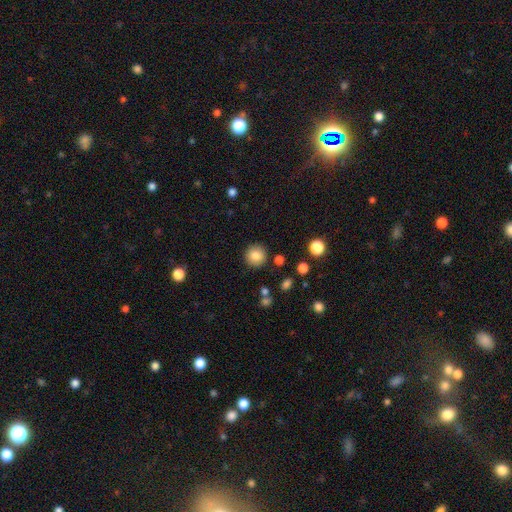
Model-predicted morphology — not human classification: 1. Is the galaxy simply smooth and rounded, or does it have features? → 85% smooth, 10% star or artifact, 6% featured or disk.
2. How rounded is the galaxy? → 94% round, 5% in between, 1% cigar-shaped.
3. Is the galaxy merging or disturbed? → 90% none, 6% minor disturbance, 2% major disturbance, 2% merger.